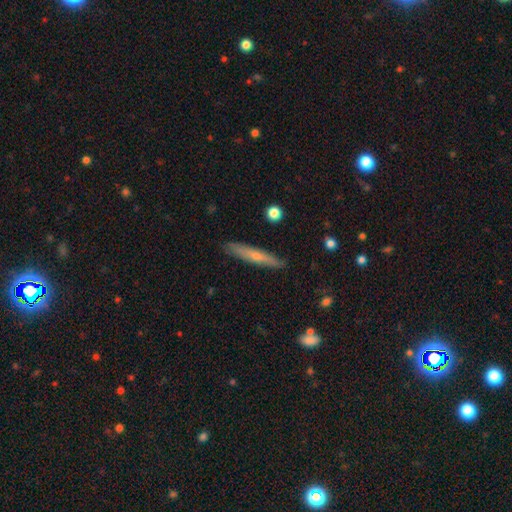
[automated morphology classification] smooth-or-featured: smooth: 51% | featured or disk: 43% | star or artifact: 6%
  how-rounded: cigar-shaped: 93% | in between: 6% | round: 2%
  merging: none: 87% | minor disturbance: 10% | major disturbance: 2% | merger: 1%